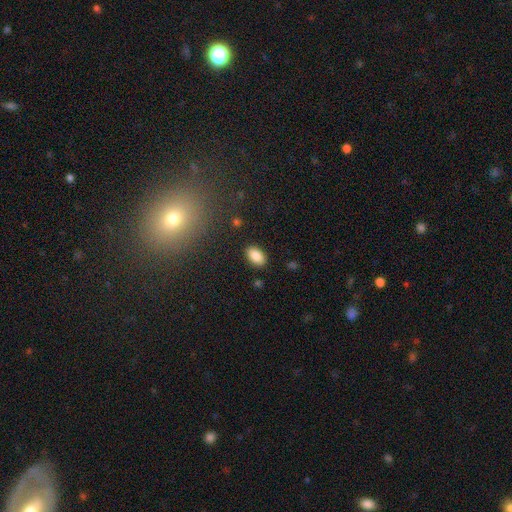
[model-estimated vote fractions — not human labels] Smooth or featured? Predicted: smooth (p=0.86). How rounded? Predicted: in between (p=0.92). Merging? Predicted: none (p=0.88).